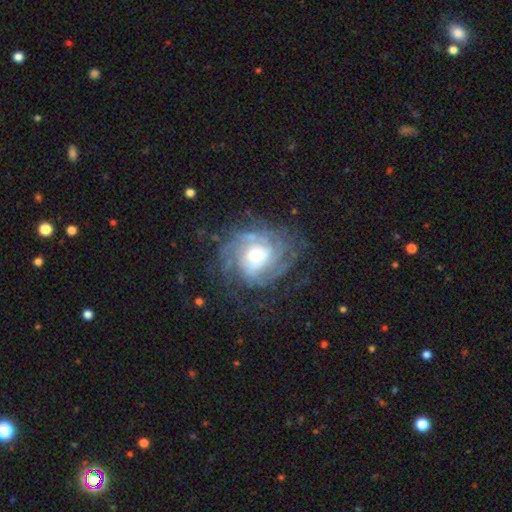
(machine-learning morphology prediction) Smooth or featured? Predicted: featured or disk (p=0.86). Edge-on disk? Predicted: no (p=0.97). Bar? Predicted: no (p=0.54). Spiral arms? Predicted: yes (p=0.95). Spiral winding? Predicted: tight (p=0.65). Spiral arm count? Predicted: can't tell (p=0.38). Bulge size? Predicted: moderate (p=0.56). Merging? Predicted: none (p=0.68).